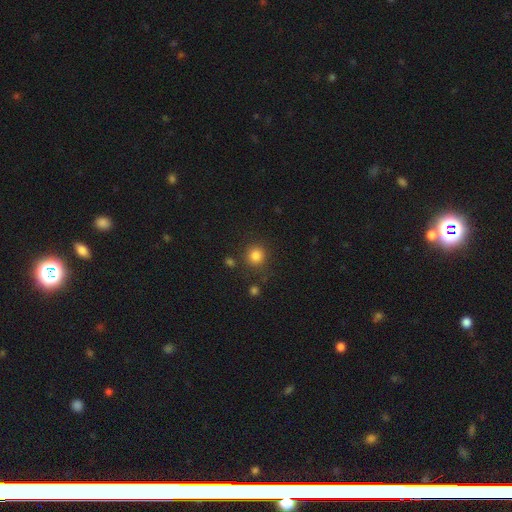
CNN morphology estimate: type=smooth (83%); roundness=round (90%); merging=none (83%).